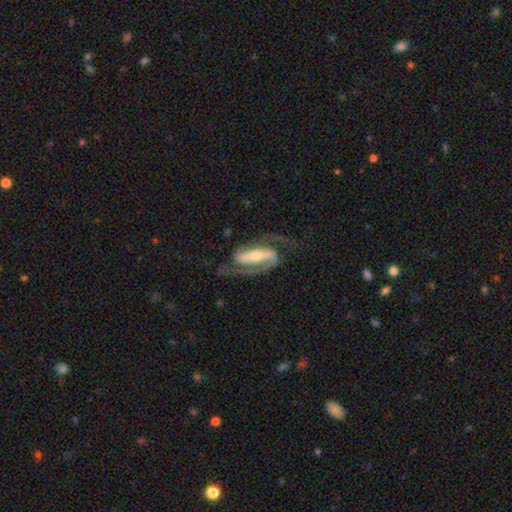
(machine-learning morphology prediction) A featured or disk galaxy (90%) with a strong bar (65%), 2 (93%) medium (56%) spiral arms (97%) and a small central bulge (48%).

Vote fractions:
- Smooth or featured? featured or disk: 90% / smooth: 6% / star or artifact: 4%
- Edge-on disk? no: 95% / yes: 5%
- Bar? strong: 65% / weak: 23% / no: 12%
- Spiral arms? yes: 97% / no: 3%
- Spiral winding? medium: 56% / loose: 26% / tight: 18%
- Spiral arm count? 2: 93% / 1: 2% / can't tell: 2% / 3: 1% / 4: 1% / more than 4: 1%
- Bulge size? small: 48% / moderate: 44% / large: 5% / none: 2% / dominant: 1%
- Merging? none: 72% / minor disturbance: 14% / major disturbance: 13% / merger: 2%